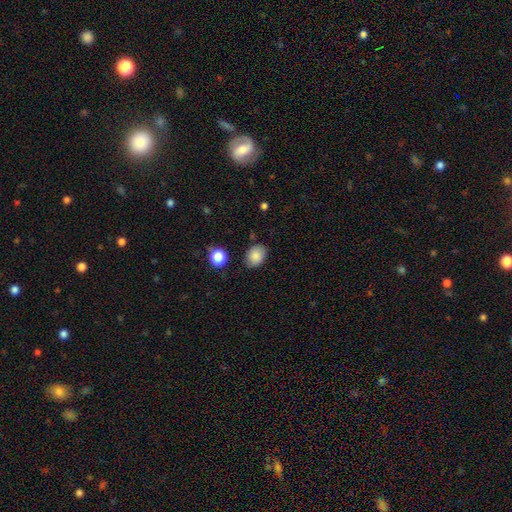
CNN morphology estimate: smooth-or-featured: smooth: 85% | star or artifact: 9% | featured or disk: 6%
  how-rounded: in between: 66% | round: 33% | cigar-shaped: 1%
  merging: none: 81% | minor disturbance: 14% | major disturbance: 3% | merger: 2%